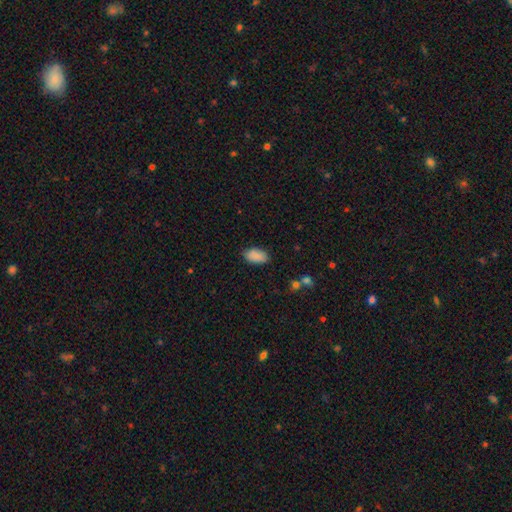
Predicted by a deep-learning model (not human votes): A smooth galaxy with no disk features (89%) that is in between round and cigar-shaped (94%). Merging: none (84%).